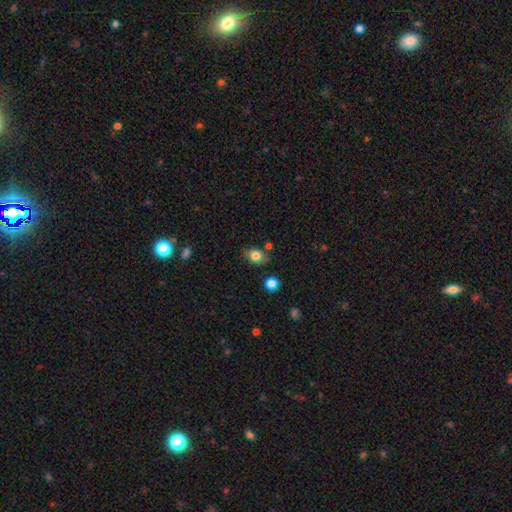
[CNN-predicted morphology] A smooth galaxy with no disk features (81%) that is in between round and cigar-shaped (58%).

Vote fractions:
- Smooth or featured? smooth: 81% / star or artifact: 10% / featured or disk: 9%
- How rounded? in between: 58% / round: 41% / cigar-shaped: 1%
- Merging? none: 76% / minor disturbance: 16% / merger: 5% / major disturbance: 3%